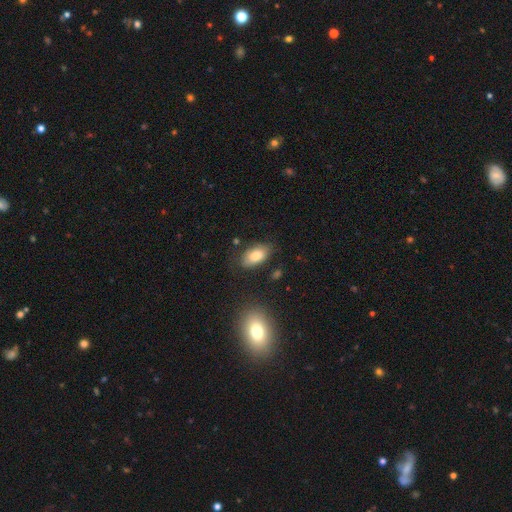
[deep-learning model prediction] This appears to be a smooth galaxy with no disk features (81%) that is in between round and cigar-shaped (93%). Merging: none (75%).